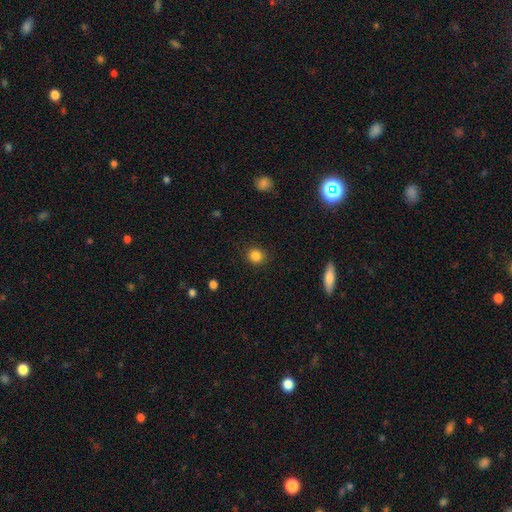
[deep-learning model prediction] Smooth or featured: smooth — 85% (star or artifact — 11%)
How rounded: round — 86% (in between — 13%)
Merging: none — 88% (minor disturbance — 8%)